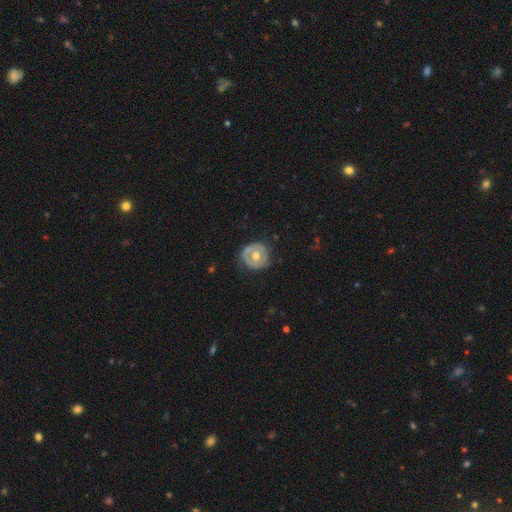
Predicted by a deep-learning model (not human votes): The model was most divided on "smooth or featured": featured or disk: 53%, smooth: 41%, star or artifact: 6%. More confident: edge-on disk — no (96%); bar — no (82%); bulge size — moderate (80%); merging — none (75%); spiral arms — no (73%).